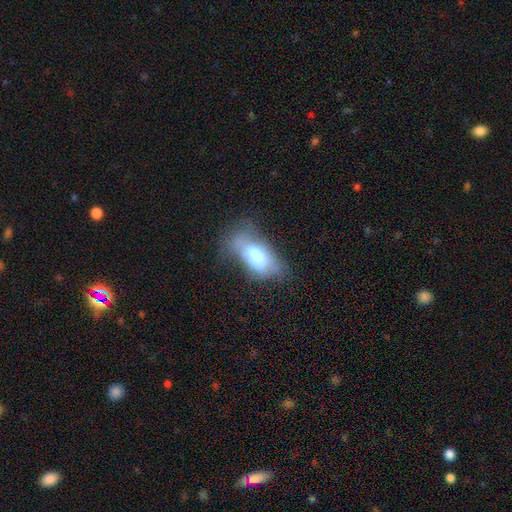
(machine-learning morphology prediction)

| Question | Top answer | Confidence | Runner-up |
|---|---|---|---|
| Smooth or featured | smooth | 64% | featured or disk (27%) |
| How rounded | in between | 86% | cigar-shaped (10%) |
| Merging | none | 32% | minor disturbance (31%) |